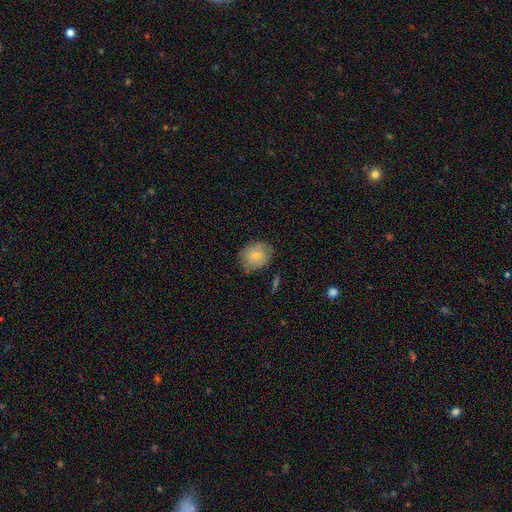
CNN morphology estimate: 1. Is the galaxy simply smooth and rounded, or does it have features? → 76% smooth, 17% featured or disk, 7% star or artifact.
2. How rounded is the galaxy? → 63% round, 36% in between, 1% cigar-shaped.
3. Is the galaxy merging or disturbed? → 74% none, 19% minor disturbance, 4% major disturbance, 2% merger.